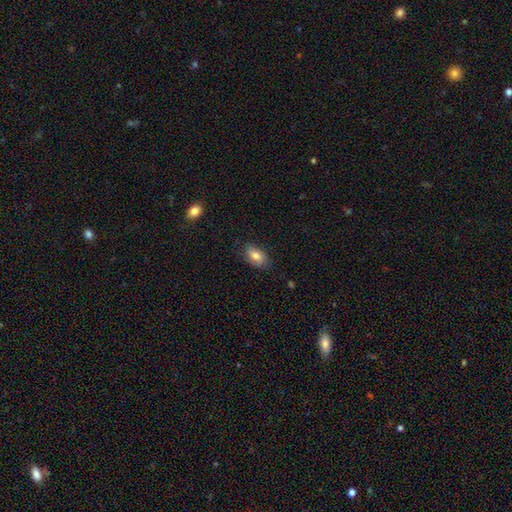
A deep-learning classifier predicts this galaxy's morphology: smooth_or_featured: smooth (p=0.78) [alt: featured or disk p=0.15]
how_rounded: in between (p=0.92) [alt: round p=0.05]
merging: none (p=0.78) [alt: minor disturbance p=0.17]